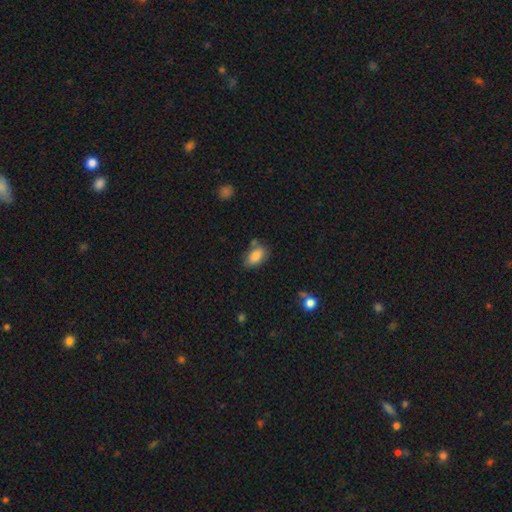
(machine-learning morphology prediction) Smooth or featured?
  - smooth: 85% *
  - star or artifact: 8%
  - featured or disk: 7%
How rounded?
  - in between: 91% *
  - round: 6%
  - cigar-shaped: 3%
Merging?
  - none: 65% *
  - minor disturbance: 19%
  - merger: 11%
  - major disturbance: 5%